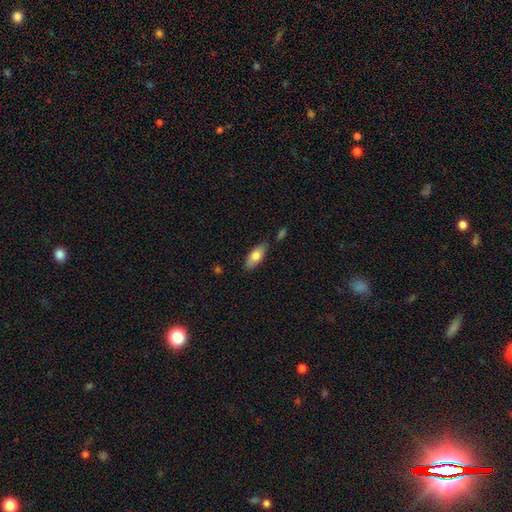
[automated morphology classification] This is likely a smooth galaxy (76%). How rounded: clearly in between (82%). Merging: likely none (74%).